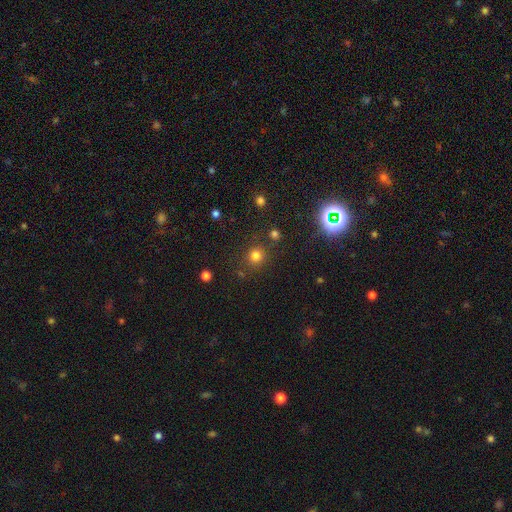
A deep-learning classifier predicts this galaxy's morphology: Overall: smooth (76%). How rounded: round (90%). Merging: none (82%).